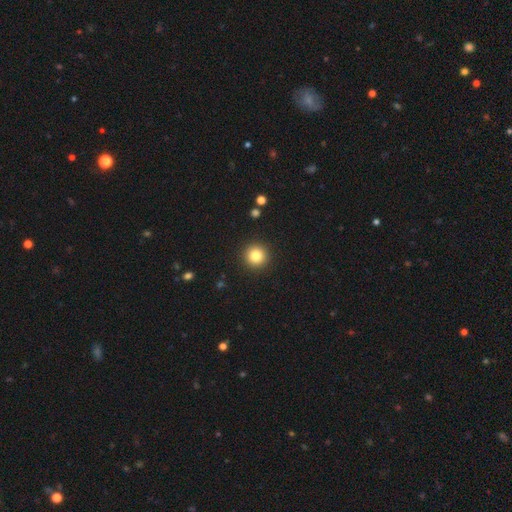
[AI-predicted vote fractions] The model was most divided on "smooth or featured": smooth: 84%, star or artifact: 10%, featured or disk: 6%. More confident: how rounded — round (95%); merging — none (92%).